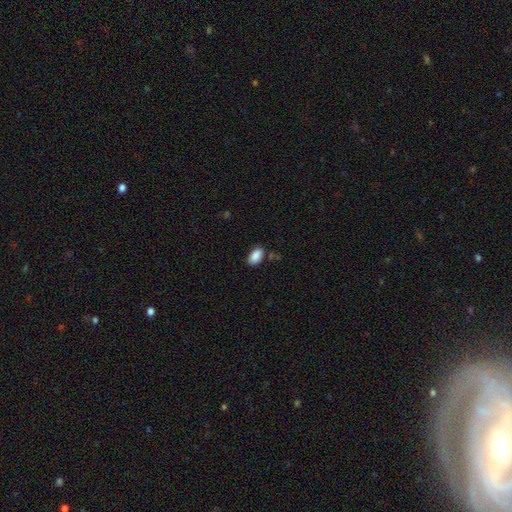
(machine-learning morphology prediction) smooth-or-featured: smooth: 89% | star or artifact: 8% | featured or disk: 3%
  how-rounded: in between: 93% | round: 5% | cigar-shaped: 2%
  merging: none: 80% | minor disturbance: 14% | merger: 4% | major disturbance: 3%